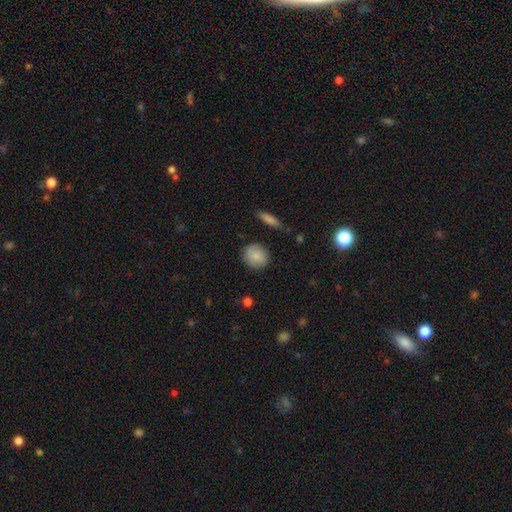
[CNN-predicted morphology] A smooth galaxy with no disk features (84%) that is round (86%). Merging: none (84%).